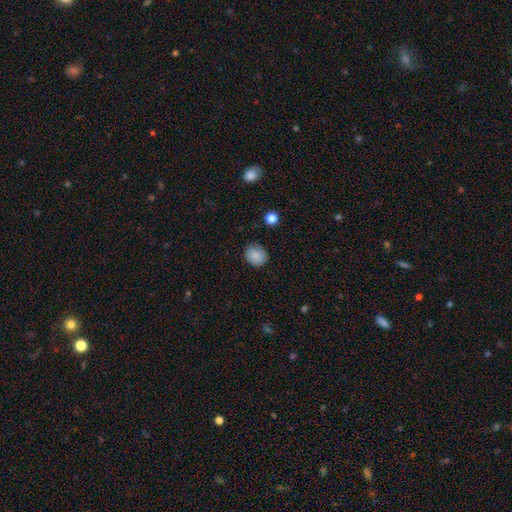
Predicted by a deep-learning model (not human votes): This is clearly a smooth galaxy (87%). How rounded: likely round (74%). Merging: clearly none (84%).